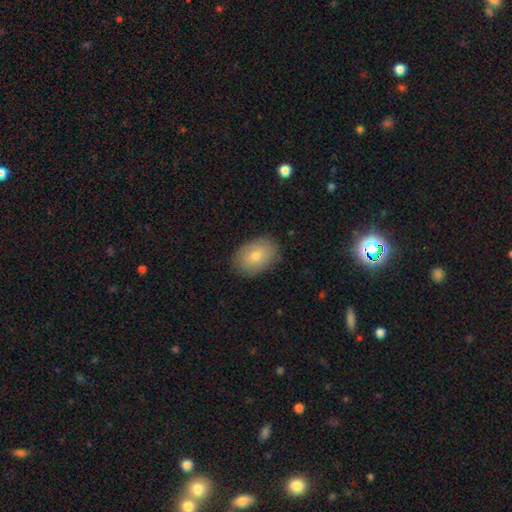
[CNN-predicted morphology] Overall: smooth (75%). How rounded: in between (85%). Merging: none (87%).